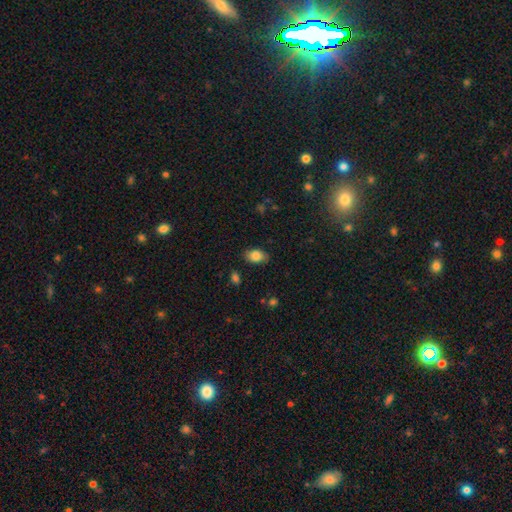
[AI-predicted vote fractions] Morphology: type=smooth (85%); roundness=in between (88%); merging=none (82%).